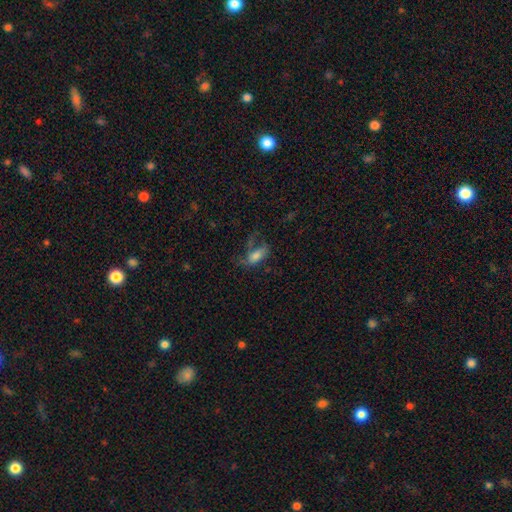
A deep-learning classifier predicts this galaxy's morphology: Smooth or featured? Predicted: smooth (p=0.61). How rounded? Predicted: in between (p=0.84). Merging? Predicted: major disturbance (p=0.44).